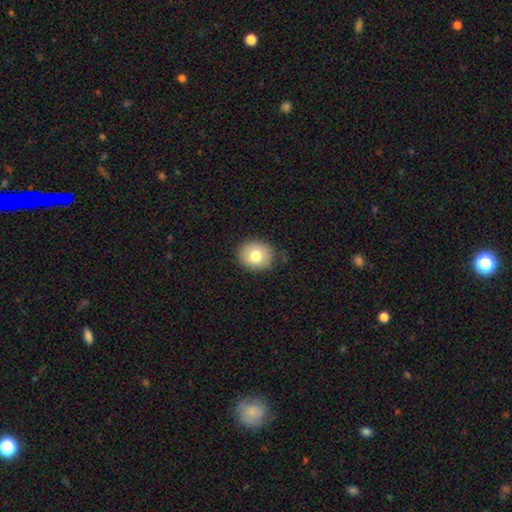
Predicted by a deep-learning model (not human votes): smooth-or-featured: smooth: 77% | featured or disk: 14% | star or artifact: 9%
  how-rounded: round: 76% | in between: 23% | cigar-shaped: 1%
  merging: none: 85% | minor disturbance: 11% | major disturbance: 3% | merger: 1%